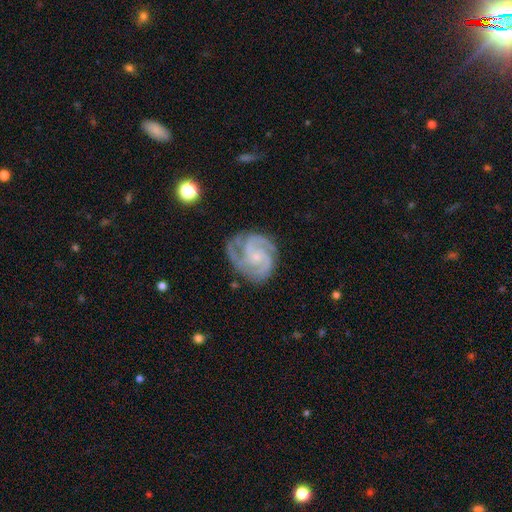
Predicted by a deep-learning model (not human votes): featured or disk 91%, smooth 4%, star or artifact 4%. Down the decision tree: edge-on disk — no (98%); bar — no (68%); spiral arms — yes (98%); spiral arm count — 3 (56%); spiral winding — tight (58%); bulge size — small (80%); merging — none (72%).